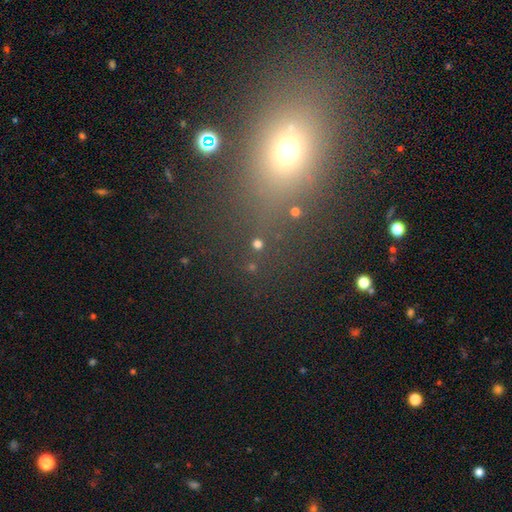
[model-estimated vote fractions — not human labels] The model was most divided on "smooth or featured": smooth: 49%, star or artifact: 39%, featured or disk: 13%. More confident: merging — none (77%).